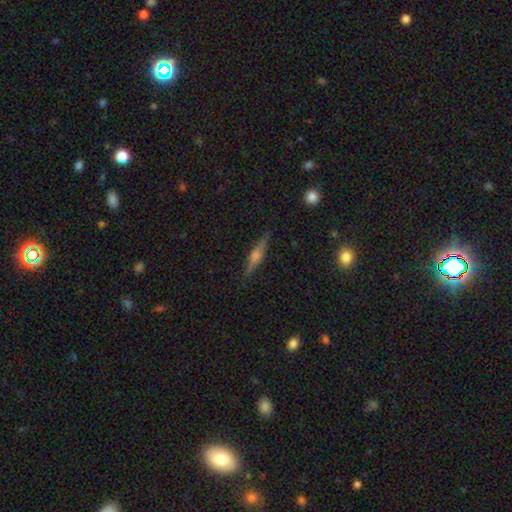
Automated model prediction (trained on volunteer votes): This is likely a featured or disk galaxy (70%). It is clearly viewed edge-on (97%). Edge-on bulge: clearly rounded (85%). Merging: clearly none (89%).